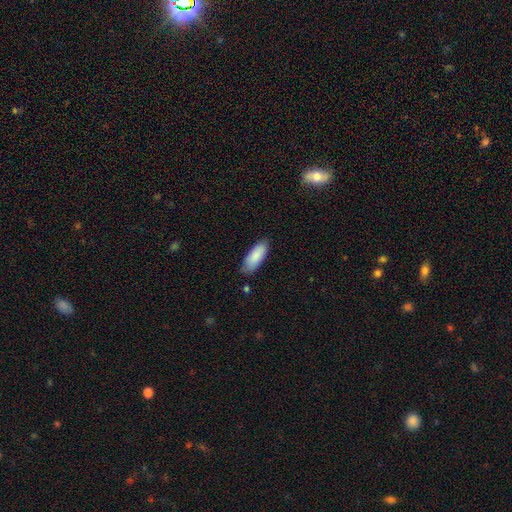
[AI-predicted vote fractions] Smooth or featured: smooth — 87% (featured or disk — 7%)
How rounded: in between — 76% (cigar-shaped — 23%)
Merging: none — 80% (minor disturbance — 16%)